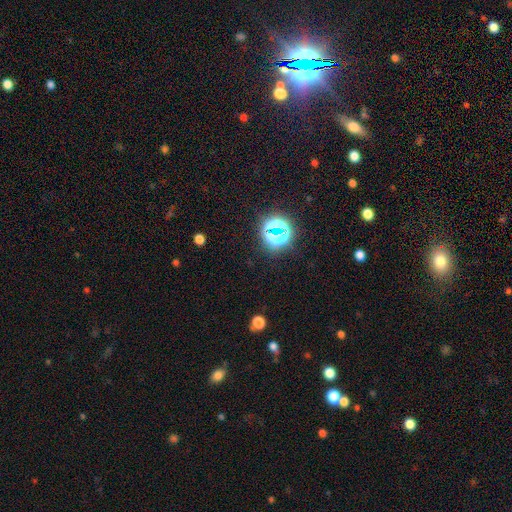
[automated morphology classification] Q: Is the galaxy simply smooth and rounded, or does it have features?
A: star or artifact — 79%.